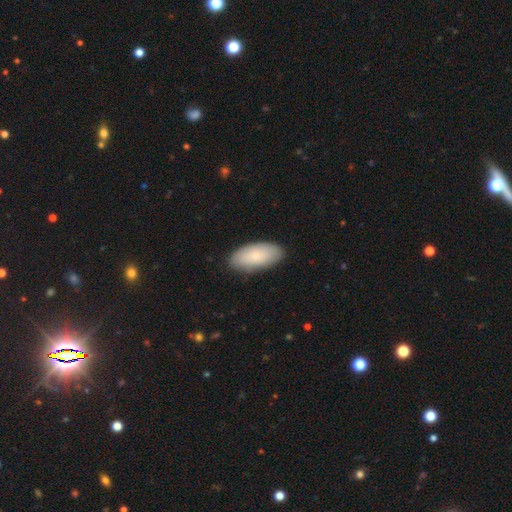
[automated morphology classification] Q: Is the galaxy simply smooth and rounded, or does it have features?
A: smooth — 83%.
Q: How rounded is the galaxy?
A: in between — 93%.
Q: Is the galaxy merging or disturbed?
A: none — 85%.